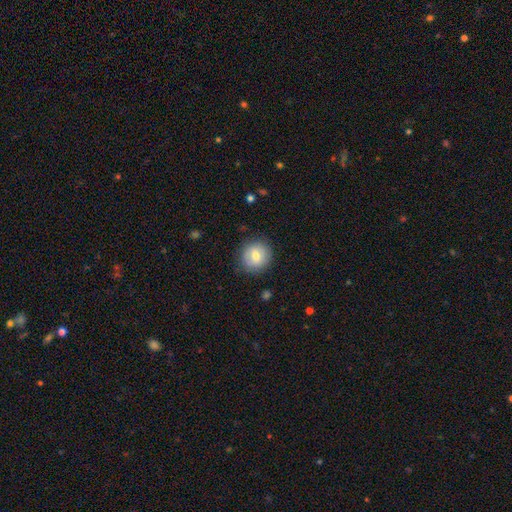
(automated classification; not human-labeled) smooth-or-featured: smooth: 69% | featured or disk: 22% | star or artifact: 8%
  how-rounded: round: 89% | in between: 10% | cigar-shaped: 1%
  merging: none: 84% | minor disturbance: 11% | major disturbance: 3% | merger: 1%